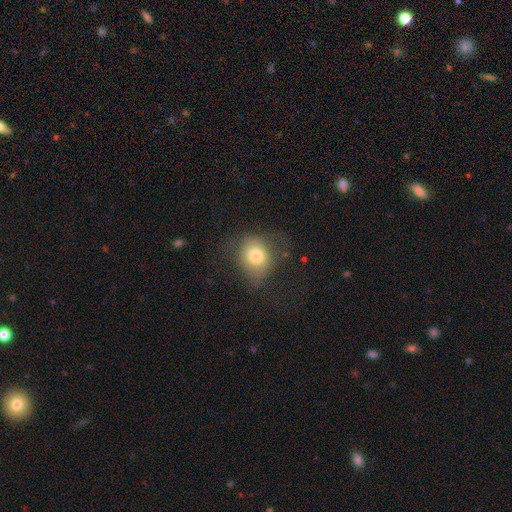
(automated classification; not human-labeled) This is likely a smooth galaxy (75%). How rounded: likely round (64%). Merging: possibly none (54%).